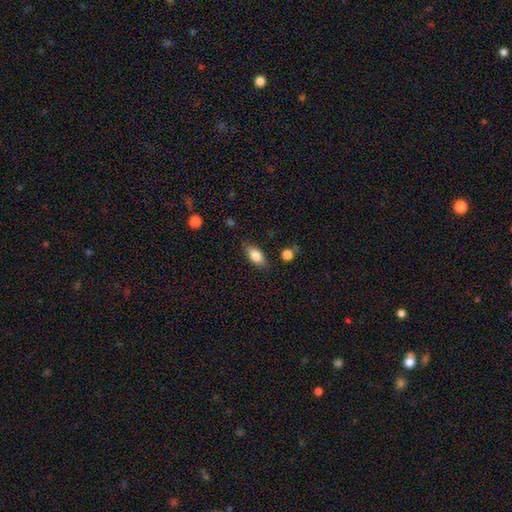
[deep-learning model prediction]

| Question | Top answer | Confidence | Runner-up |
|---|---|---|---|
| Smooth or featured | smooth | 81% | featured or disk (12%) |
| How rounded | in between | 87% | cigar-shaped (8%) |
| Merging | none | 80% | minor disturbance (14%) |